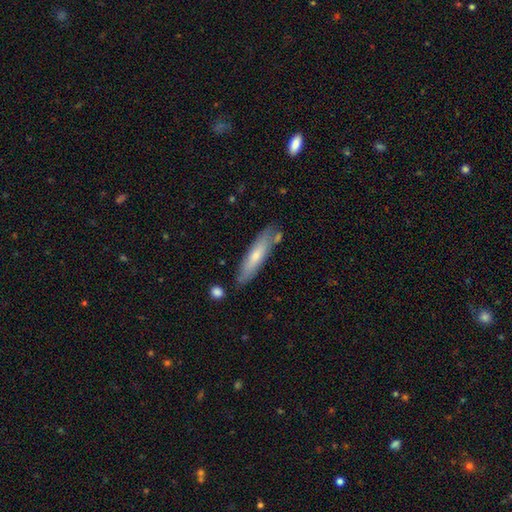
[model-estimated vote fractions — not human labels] A smooth galaxy with no disk features (58%) that is cigar-shaped (80%).

Vote fractions:
- Smooth or featured? smooth: 58% / featured or disk: 36% / star or artifact: 6%
- How rounded? cigar-shaped: 80% / in between: 18% / round: 1%
- Merging? none: 77% / minor disturbance: 15% / merger: 5% / major disturbance: 3%